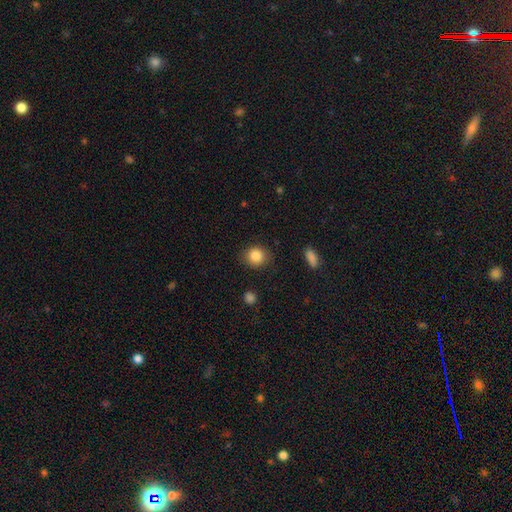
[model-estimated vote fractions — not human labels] smooth 86%, star or artifact 9%, featured or disk 5%. Down the decision tree: how rounded — round (85%); merging — none (87%).